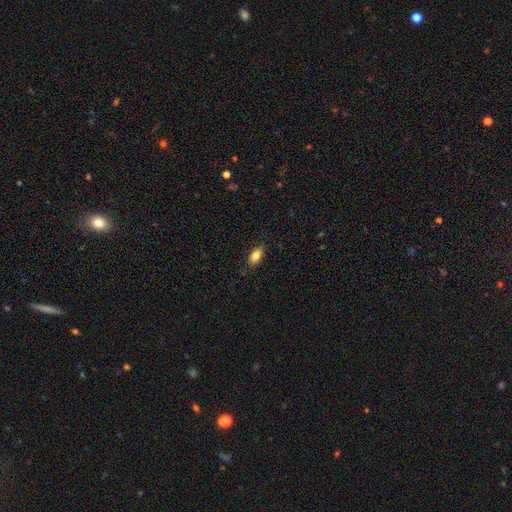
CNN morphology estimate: smooth_or_featured: smooth (p=0.81) [alt: featured or disk p=0.11]
how_rounded: in between (p=0.87) [alt: cigar-shaped p=0.08]
merging: none (p=0.84) [alt: minor disturbance p=0.12]